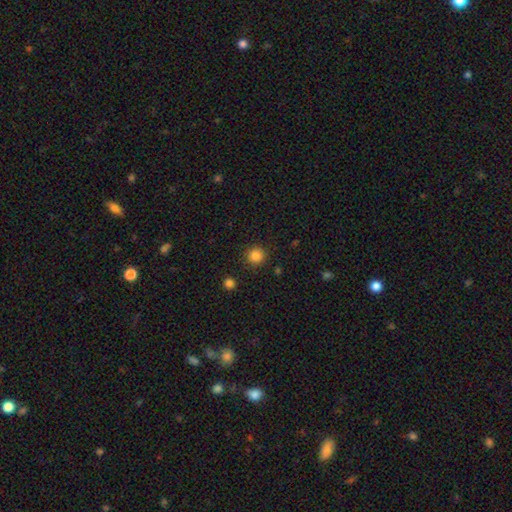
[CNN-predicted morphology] Overall: smooth (84%). How rounded: round (94%). Merging: none (90%).